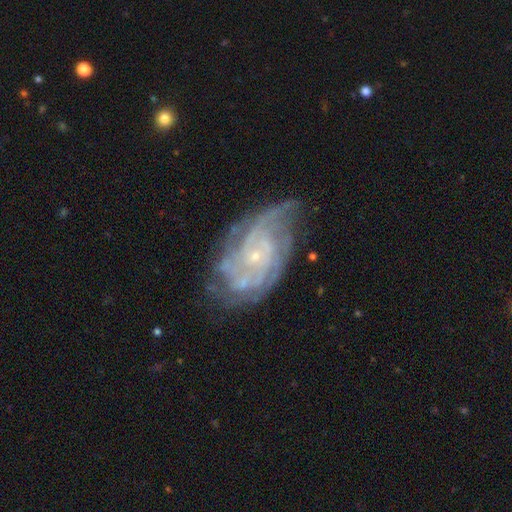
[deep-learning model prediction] This is clearly a featured or disk galaxy (86%). It is clearly not viewed edge-on (97%). Bar: likely no (74%). Spiral arm pattern: clearly yes (95%). Spiral arm count: marginally can't tell (32%). Spiral winding: likely tight (61%). Central bulge: clearly small (84%). Merging: likely none (63%).